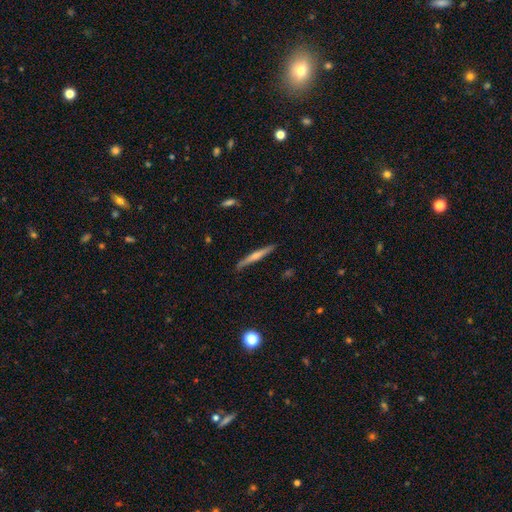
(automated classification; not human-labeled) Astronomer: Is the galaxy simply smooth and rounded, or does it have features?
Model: featured or disk — 53% (runner-up: smooth, 41%).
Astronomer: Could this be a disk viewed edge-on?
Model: yes — 97%.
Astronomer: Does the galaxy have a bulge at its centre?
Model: rounded — 63%.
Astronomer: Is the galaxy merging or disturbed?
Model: none — 88%.